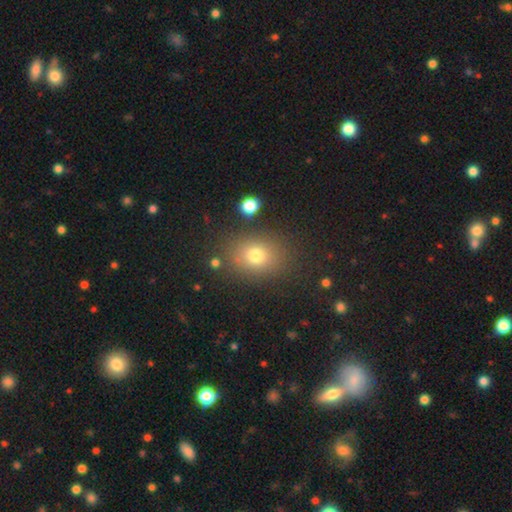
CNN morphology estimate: This is likely a smooth galaxy (74%). How rounded: possibly in between (50%). Merging: clearly none (82%).